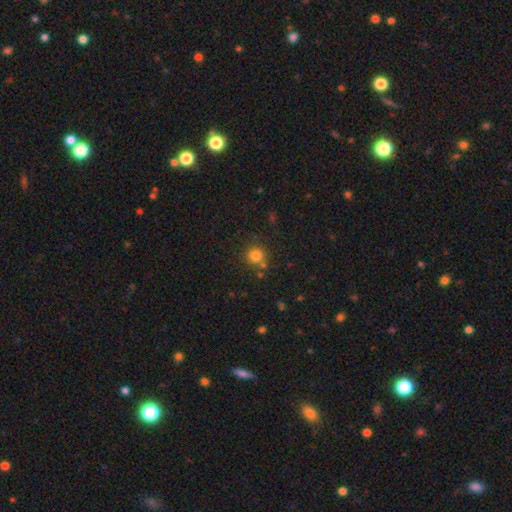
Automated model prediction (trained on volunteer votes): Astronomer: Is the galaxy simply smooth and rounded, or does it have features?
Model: smooth — 80%.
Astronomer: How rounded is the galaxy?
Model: round — 92%.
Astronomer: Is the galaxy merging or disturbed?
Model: none — 75%.